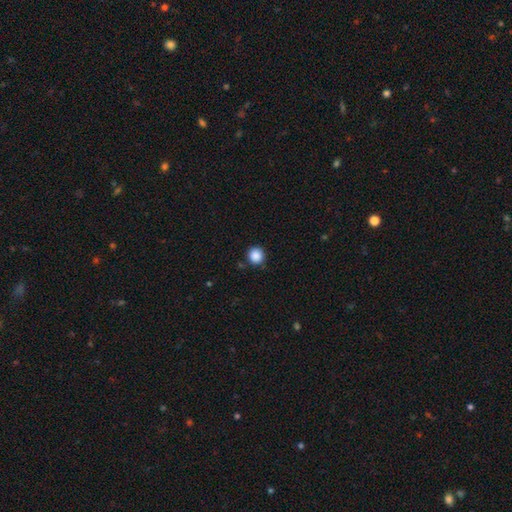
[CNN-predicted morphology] Smooth or featured? Predicted: smooth (p=0.88). How rounded? Predicted: round (p=0.91). Merging? Predicted: none (p=0.85).